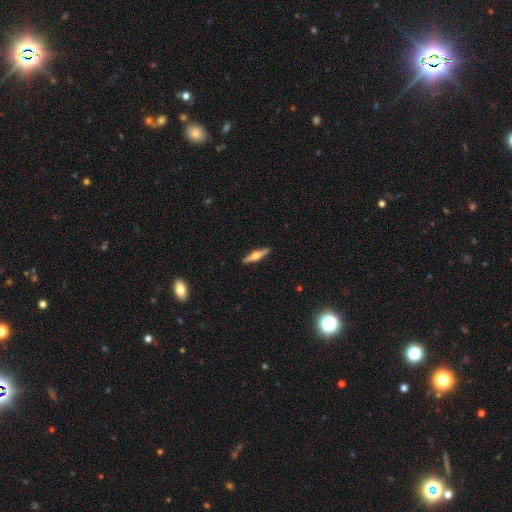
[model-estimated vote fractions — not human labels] Smooth or featured?
  - featured or disk: 60% *
  - smooth: 34%
  - star or artifact: 5%
Edge-on disk?
  - yes: 97% *
  - no: 3%
Edge-on bulge?
  - rounded: 90% *
  - boxy: 7%
  - none: 3%
Merging?
  - none: 91% *
  - minor disturbance: 7%
  - major disturbance: 2%
  - merger: 1%